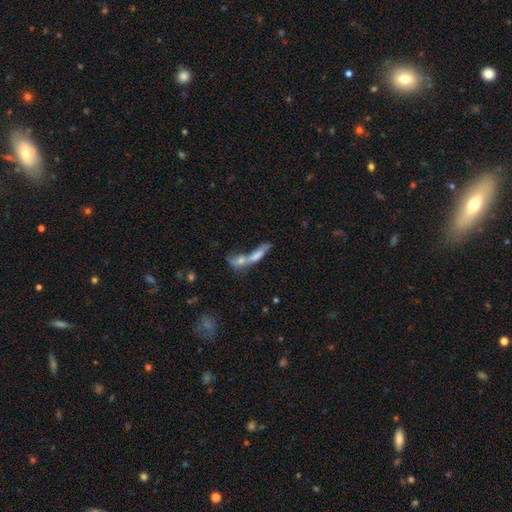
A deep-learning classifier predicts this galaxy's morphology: The model was most divided on "smooth or featured": smooth: 50%, featured or disk: 36%, star or artifact: 14%. More confident: how rounded — cigar-shaped (64%); merging — merger (63%).